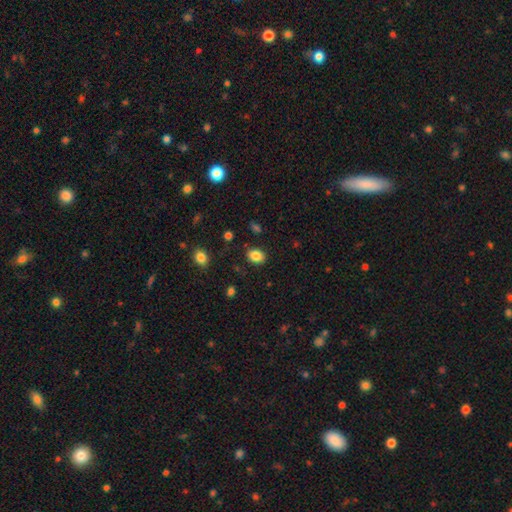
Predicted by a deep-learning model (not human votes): smooth_or_featured: smooth (p=0.85) [alt: star or artifact p=0.10]
how_rounded: in between (p=0.67) [alt: round p=0.32]
merging: none (p=0.85) [alt: minor disturbance p=0.10]